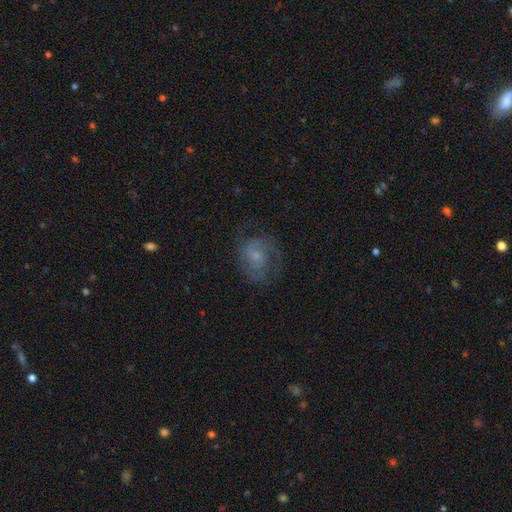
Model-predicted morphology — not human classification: featured or disk 67%, smooth 24%, star or artifact 9%. Down the decision tree: edge-on disk — no (98%); bar — no (65%); spiral arms — yes (88%); spiral arm count — 2 (53%); spiral winding — medium (47%); bulge size — small (62%); merging — none (62%).